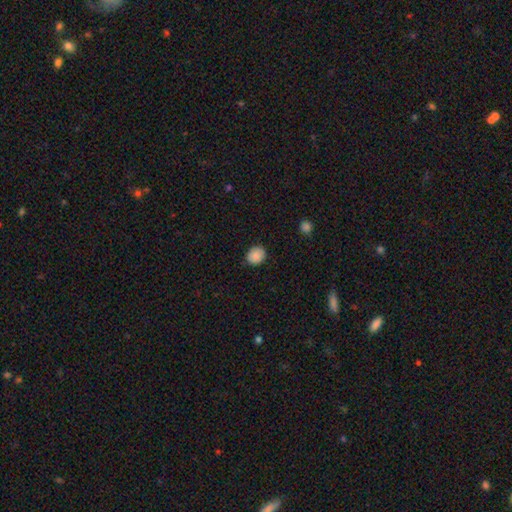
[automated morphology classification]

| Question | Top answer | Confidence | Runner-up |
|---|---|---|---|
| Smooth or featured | smooth | 88% | star or artifact (9%) |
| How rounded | round | 69% | in between (30%) |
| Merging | none | 86% | minor disturbance (11%) |